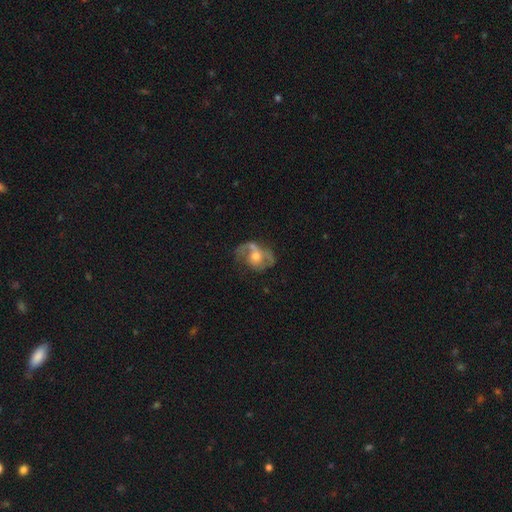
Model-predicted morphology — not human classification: Smooth or featured? featured or disk (68%)
Edge-on disk? no (96%)
Bar? no (69%)
Spiral arms? yes (67%)
Bulge size? moderate (64%)
Merging? none (42%)